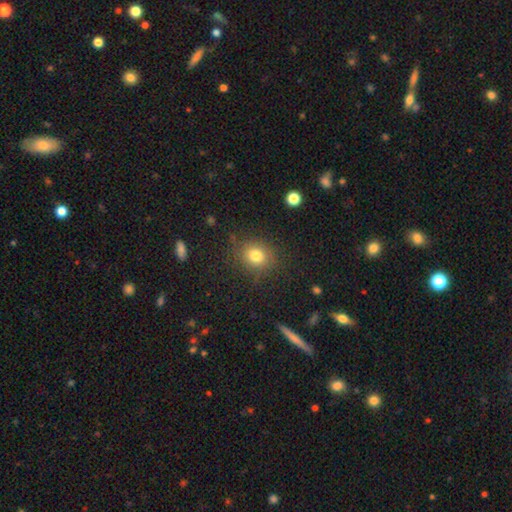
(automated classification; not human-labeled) This appears to be a smooth galaxy with no disk features (77%) that is round (73%). Merging: none (81%).